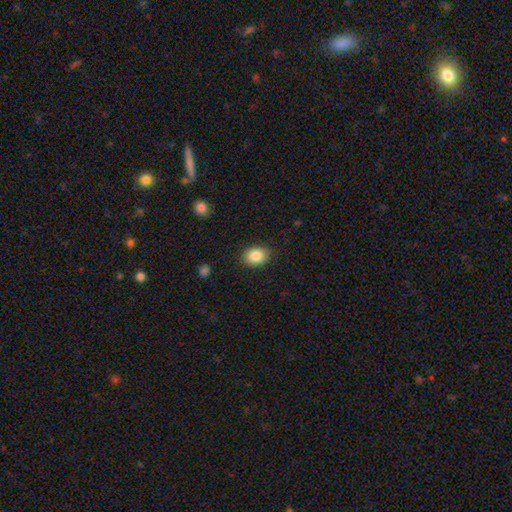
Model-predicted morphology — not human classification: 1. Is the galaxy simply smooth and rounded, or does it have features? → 86% smooth, 8% star or artifact, 6% featured or disk.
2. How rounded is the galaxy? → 64% in between, 35% round, 1% cigar-shaped.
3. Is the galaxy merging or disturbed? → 87% none, 9% minor disturbance, 3% major disturbance, 1% merger.